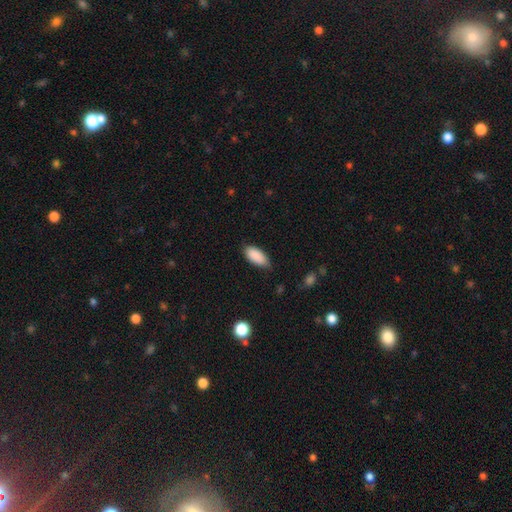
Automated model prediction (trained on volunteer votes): A smooth galaxy with no disk features (89%) that is in between round and cigar-shaped (90%).

Vote fractions:
- Smooth or featured? smooth: 89% / star or artifact: 7% / featured or disk: 4%
- How rounded? in between: 90% / cigar-shaped: 8% / round: 2%
- Merging? none: 71% / minor disturbance: 23% / major disturbance: 4% / merger: 1%